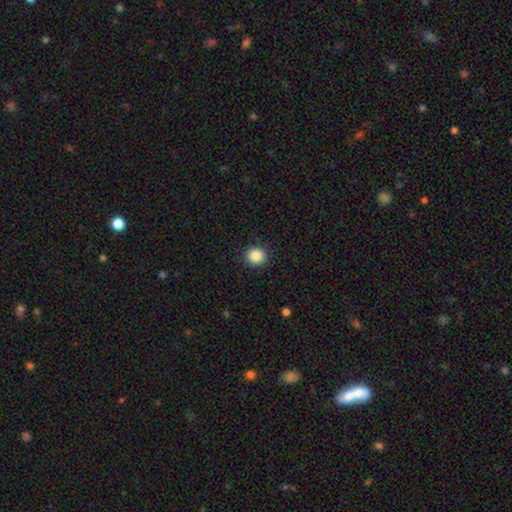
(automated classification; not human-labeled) Smooth or featured?
  - smooth: 87% *
  - star or artifact: 10%
  - featured or disk: 3%
How rounded?
  - round: 90% *
  - in between: 9%
  - cigar-shaped: 1%
Merging?
  - none: 91% *
  - minor disturbance: 6%
  - major disturbance: 2%
  - merger: 1%